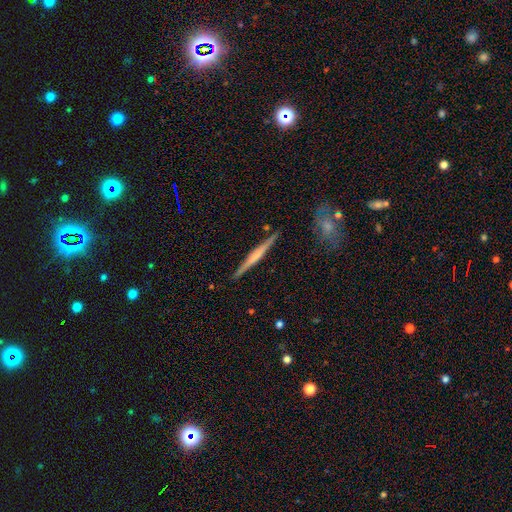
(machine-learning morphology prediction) Smooth or featured?
  - featured or disk: 63% *
  - smooth: 32%
  - star or artifact: 5%
Edge-on disk?
  - yes: 98% *
  - no: 2%
Edge-on bulge?
  - none: 43% *
  - rounded: 41%
  - boxy: 16%
Merging?
  - none: 90% *
  - minor disturbance: 7%
  - merger: 2%
  - major disturbance: 1%